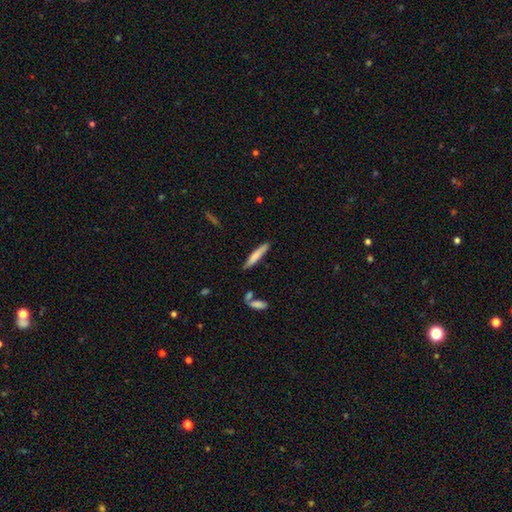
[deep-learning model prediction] A smooth galaxy with no disk features (76%) that is cigar-shaped (91%).

Vote fractions:
- Smooth or featured? smooth: 76% / featured or disk: 19% / star or artifact: 6%
- How rounded? cigar-shaped: 91% / in between: 8% / round: 1%
- Merging? none: 82% / minor disturbance: 12% / merger: 3% / major disturbance: 2%